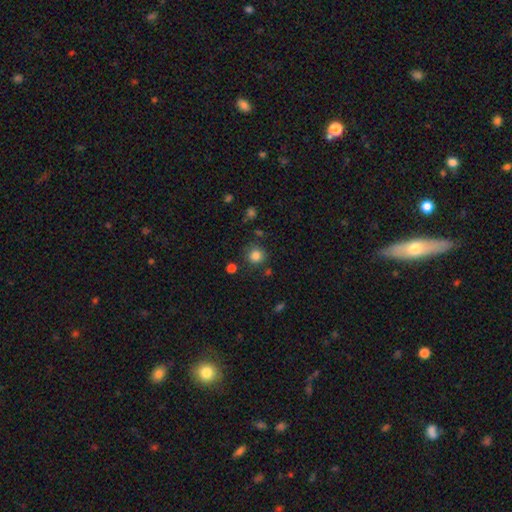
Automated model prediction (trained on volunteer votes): Smooth or featured?
  - smooth: 84% *
  - star or artifact: 12%
  - featured or disk: 5%
How rounded?
  - round: 91% *
  - in between: 8%
  - cigar-shaped: 1%
Merging?
  - none: 81% *
  - minor disturbance: 10%
  - merger: 4%
  - major disturbance: 4%